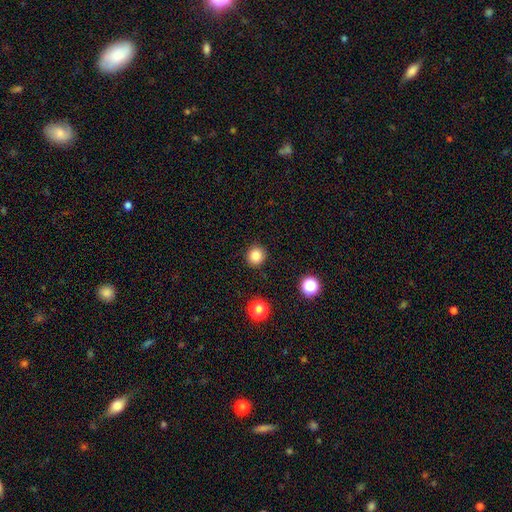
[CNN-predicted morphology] Smooth or featured? Predicted: smooth (p=0.83). How rounded? Predicted: round (p=0.91). Merging? Predicted: none (p=0.91).